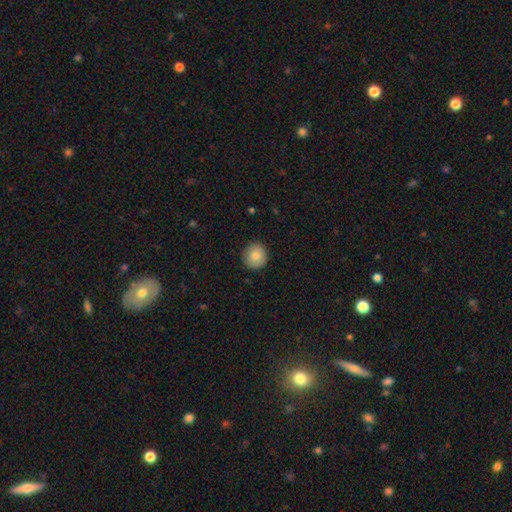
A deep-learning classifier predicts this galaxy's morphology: A smooth galaxy with no disk features (83%) that is round (93%).

Vote fractions:
- Smooth or featured? smooth: 83% / featured or disk: 9% / star or artifact: 8%
- How rounded? round: 93% / in between: 6% / cigar-shaped: 1%
- Merging? none: 89% / minor disturbance: 8% / major disturbance: 2% / merger: 1%